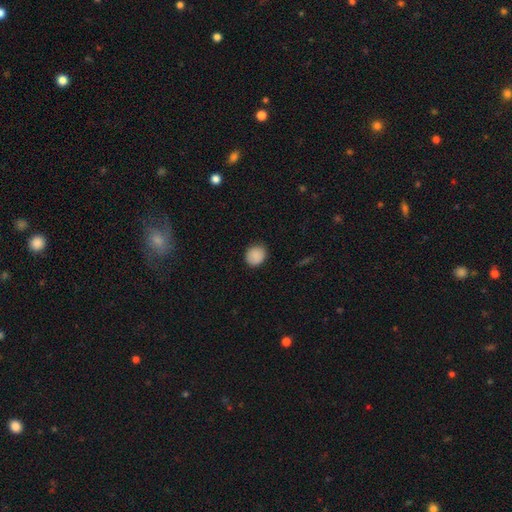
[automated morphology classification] This appears to be a smooth galaxy with no disk features (88%) that is round (73%). Merging: none (83%).